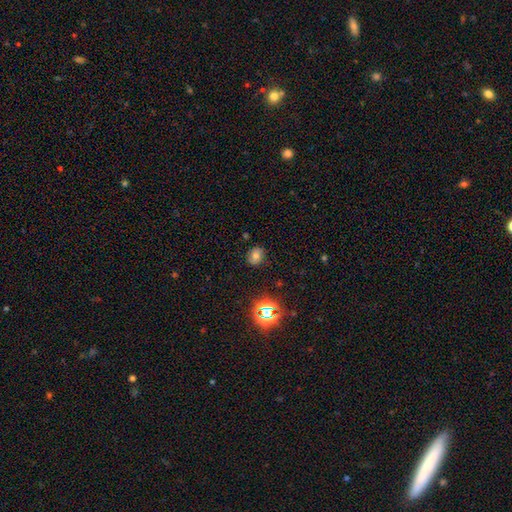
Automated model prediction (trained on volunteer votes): Overall: smooth (61%; star or artifact 21%). How rounded: round (64%; in between 35%). Merging: none (81%).